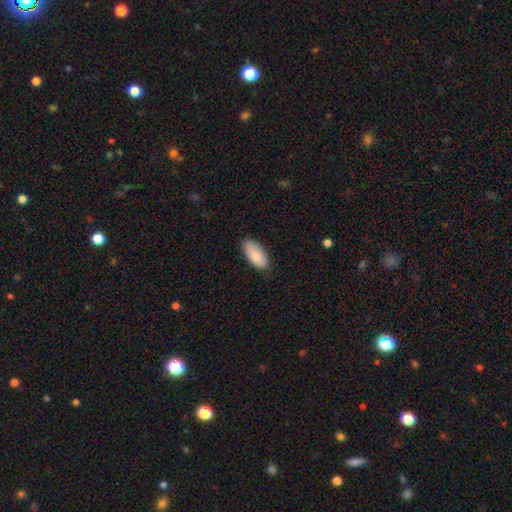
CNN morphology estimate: smooth 82%, featured or disk 12%, star or artifact 6%. Down the decision tree: how rounded — in between (93%); merging — none (81%).